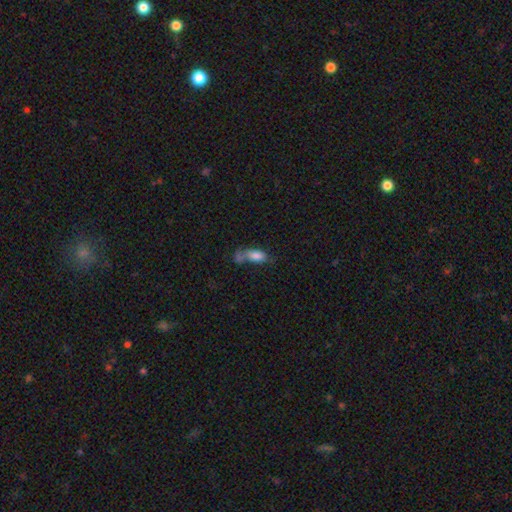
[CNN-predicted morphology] This appears to be a smooth galaxy with no disk features (79%) that is in between round and cigar-shaped (83%). Merging: merger (43%).